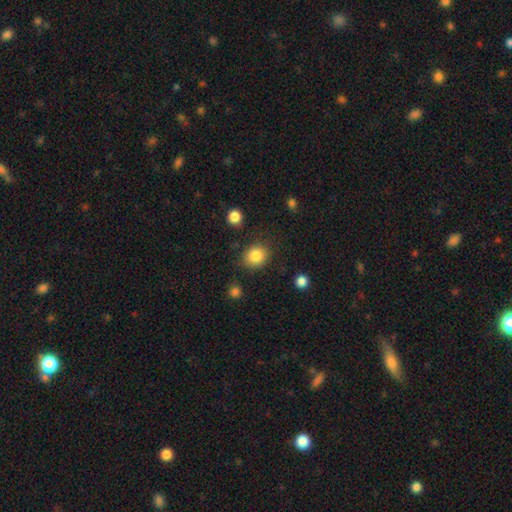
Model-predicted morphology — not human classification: Smooth or featured: smooth — 85% (star or artifact — 10%)
How rounded: round — 68% (in between — 31%)
Merging: none — 82% (minor disturbance — 12%)